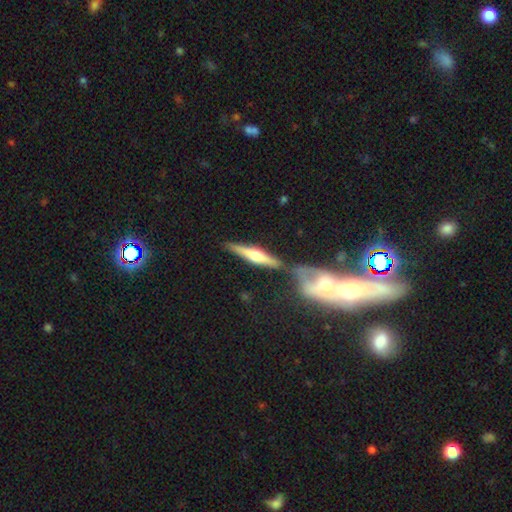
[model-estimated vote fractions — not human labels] Smooth or featured: featured or disk — 62% (smooth — 32%)
Edge-on disk: yes — 94% (no — 6%)
Edge-on bulge: rounded — 88% (boxy — 7%)
Merging: none — 71% (merger — 15%)